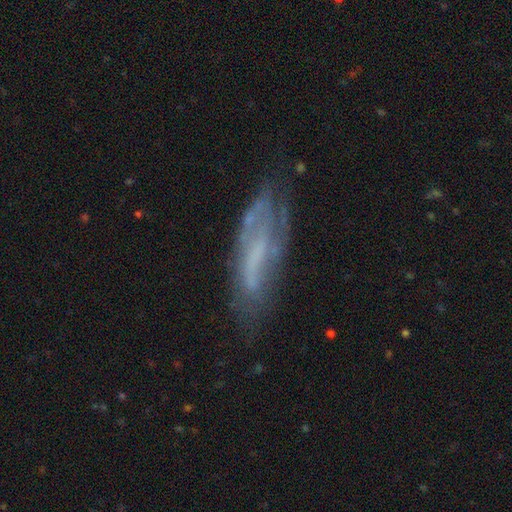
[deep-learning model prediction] Morphology: type=featured or disk (58%); edge-on=no (73%); merging=none (55%).